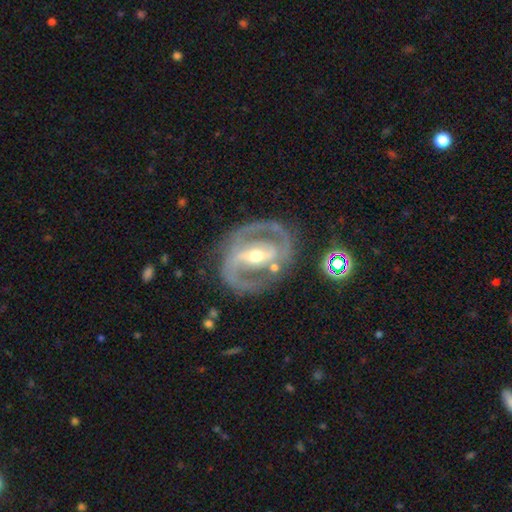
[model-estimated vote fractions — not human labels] Morphology: type=featured or disk (88%); edge-on=no (96%); bar=strong (56%); spiral arms=yes (86%); winding=medium (50%); arm count=2 (86%); bulge=moderate (63%); merging=none (76%).